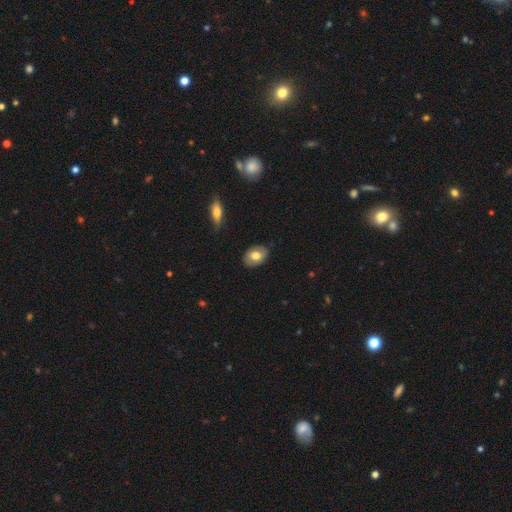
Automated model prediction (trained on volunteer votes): smooth_or_featured: smooth (p=0.70) [alt: featured or disk p=0.23]
how_rounded: in between (p=0.83) [alt: round p=0.16]
merging: none (p=0.83) [alt: minor disturbance p=0.13]